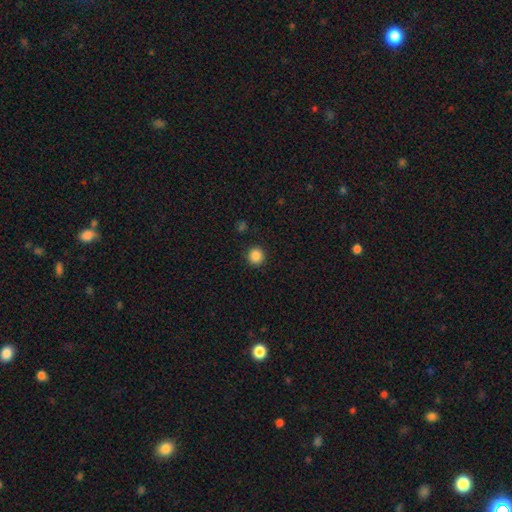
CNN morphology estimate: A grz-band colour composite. It shows a smooth galaxy with no disk features (87%) that is round (93%). Merging: none (91%).